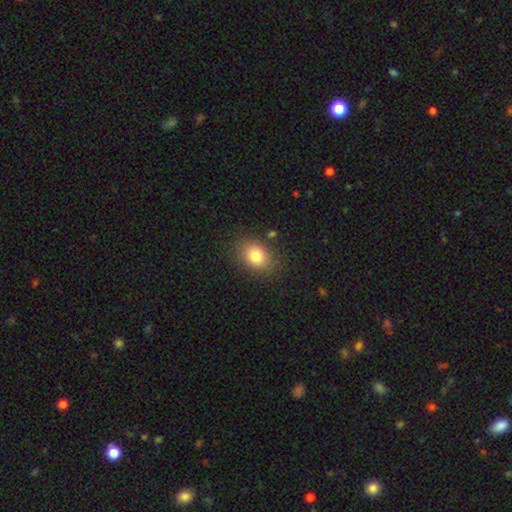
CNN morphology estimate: Overall: smooth (80%). How rounded: in between (59%; round 40%). Merging: none (82%).